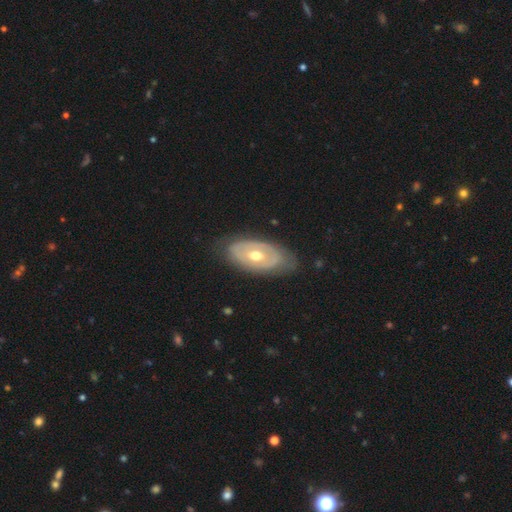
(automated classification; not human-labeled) The model was most divided on "smooth or featured": featured or disk: 63%, smooth: 32%, star or artifact: 5%. More confident: edge-on disk — no (89%); bar — no (82%); merging — none (77%); spiral arms — no (75%); bulge size — moderate (75%).